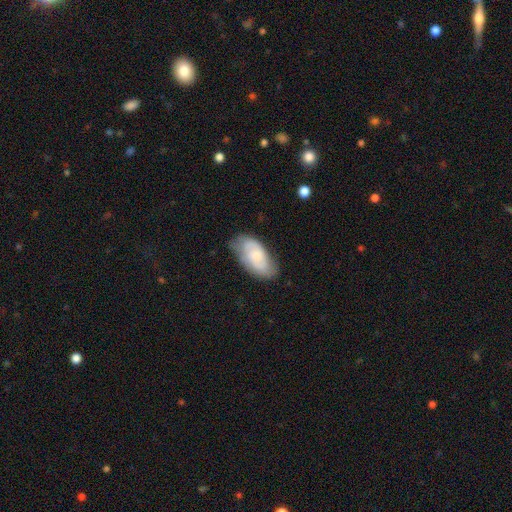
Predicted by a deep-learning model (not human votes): Smooth or featured?
  - smooth: 53% *
  - featured or disk: 40%
  - star or artifact: 7%
How rounded?
  - in between: 93% *
  - cigar-shaped: 4%
  - round: 3%
Merging?
  - none: 65% *
  - minor disturbance: 26%
  - major disturbance: 7%
  - merger: 2%